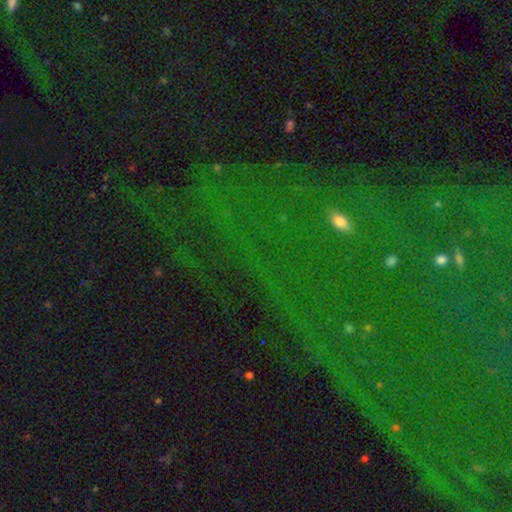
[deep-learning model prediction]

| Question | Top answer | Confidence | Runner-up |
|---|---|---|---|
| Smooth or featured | star or artifact | 76% | smooth (12%) |